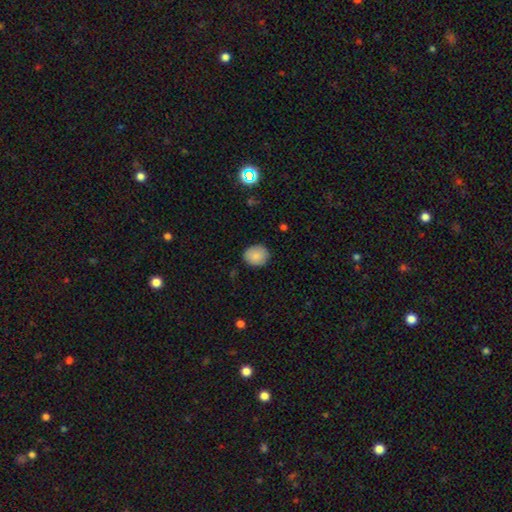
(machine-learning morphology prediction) This is clearly a smooth galaxy (87%). How rounded: likely round (68%). Merging: clearly none (85%).